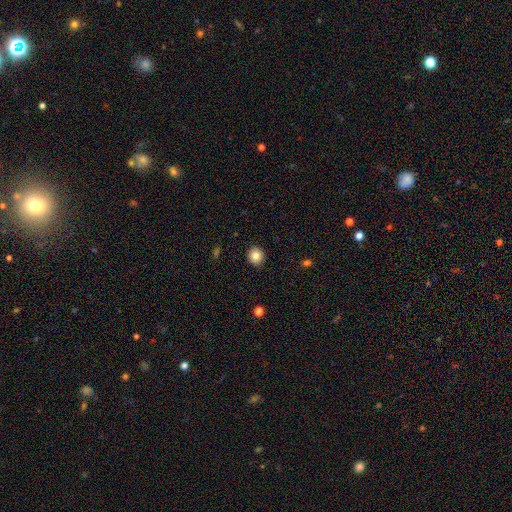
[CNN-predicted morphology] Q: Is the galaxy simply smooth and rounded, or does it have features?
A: smooth — 84%.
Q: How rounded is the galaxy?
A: round — 88%.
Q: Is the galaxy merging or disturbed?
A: none — 92%.